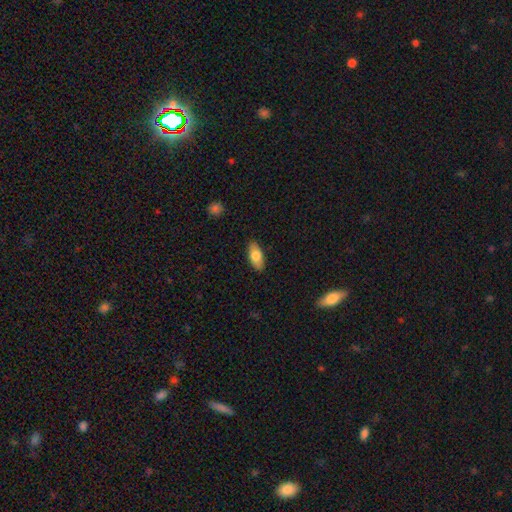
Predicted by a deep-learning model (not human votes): smooth-or-featured: smooth: 77% | featured or disk: 17% | star or artifact: 6%
  how-rounded: in between: 88% | cigar-shaped: 10% | round: 3%
  merging: none: 88% | minor disturbance: 9% | major disturbance: 2% | merger: 1%